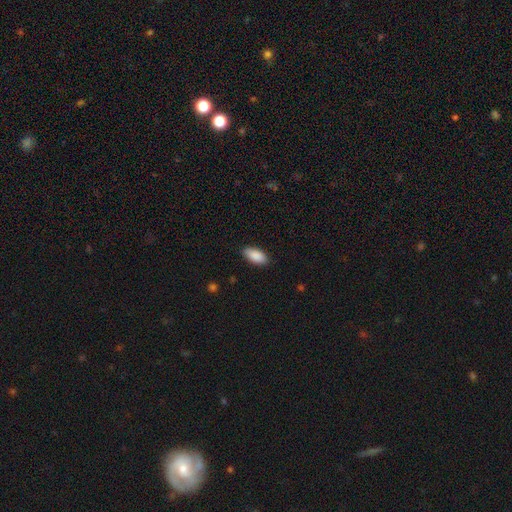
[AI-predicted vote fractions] A smooth galaxy with no disk features (90%) that is in between round and cigar-shaped (91%). Merging: none (87%).